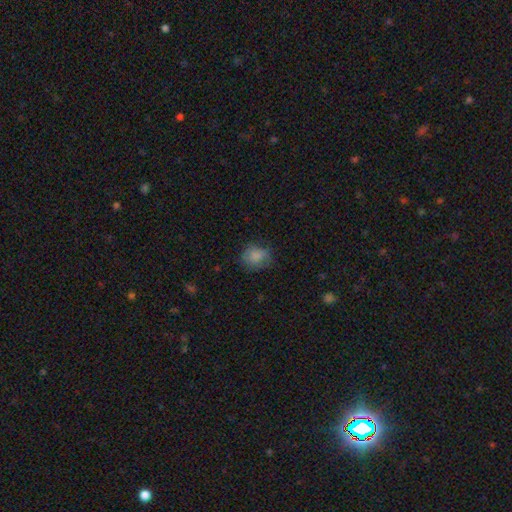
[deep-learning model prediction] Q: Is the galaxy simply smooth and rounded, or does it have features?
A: smooth — 78%.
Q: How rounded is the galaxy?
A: round — 61%.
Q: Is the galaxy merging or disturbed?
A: none — 60%.